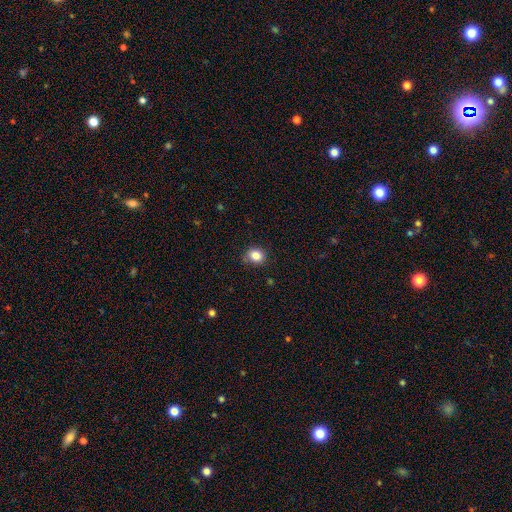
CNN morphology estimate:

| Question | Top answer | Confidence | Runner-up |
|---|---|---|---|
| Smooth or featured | smooth | 85% | star or artifact (10%) |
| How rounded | round | 71% | in between (28%) |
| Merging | none | 81% | minor disturbance (14%) |